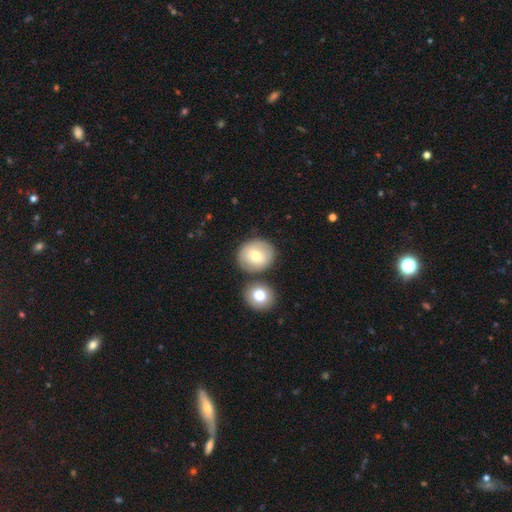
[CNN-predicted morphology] smooth 68%, featured or disk 24%, star or artifact 8%. Down the decision tree: how rounded — round (81%); merging — none (72%).